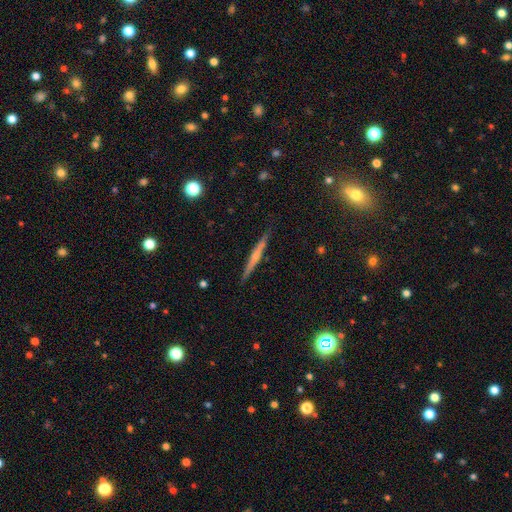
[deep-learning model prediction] featured or disk 57%, smooth 36%, star or artifact 7%. Down the decision tree: edge-on disk — yes (97%); edge-on bulge — none (47%); merging — none (88%).